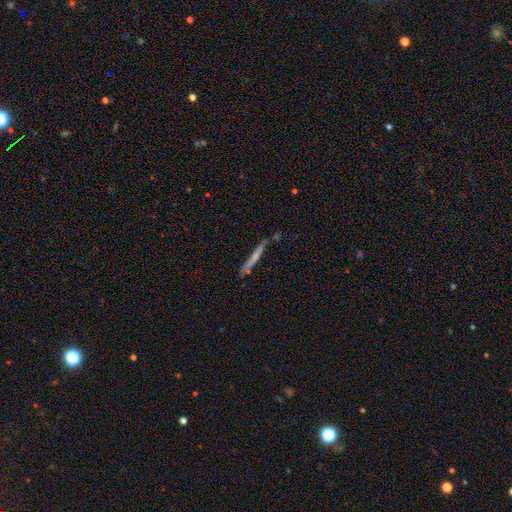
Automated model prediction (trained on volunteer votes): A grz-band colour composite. It shows a featured or disk galaxy (52%) viewed edge-on (94%). Merging: none (77%).